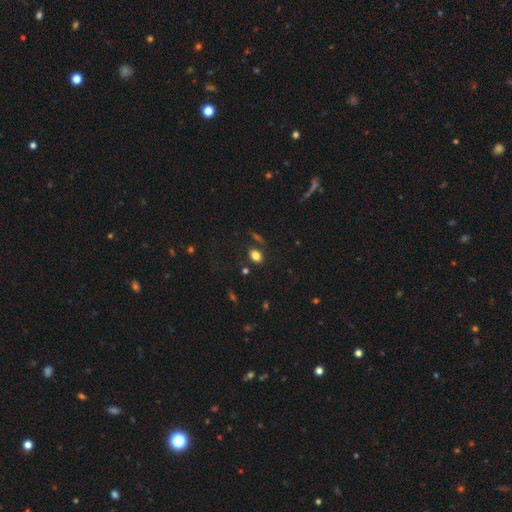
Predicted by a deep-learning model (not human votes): Overall: smooth (81%). How rounded: in between (72%). Merging: none (80%).